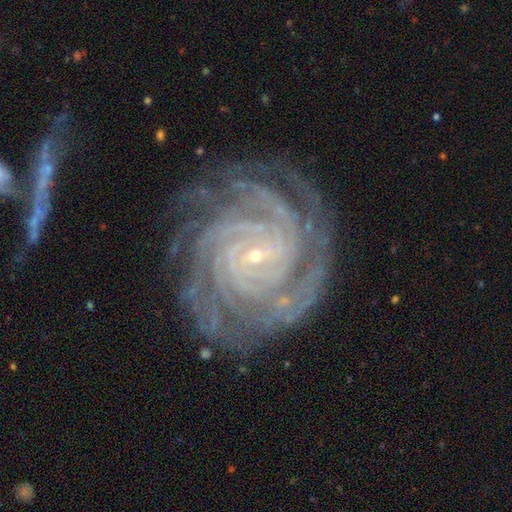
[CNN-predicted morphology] smooth-or-featured: featured or disk: 91% | star or artifact: 6% | smooth: 3%
  disk-edge-on: no: 98% | yes: 2%
    bar: no: 48% | weak: 33% | strong: 20%
    has-spiral-arms: yes: 99% | no: 1%
      spiral-winding: tight: 86% | medium: 12% | loose: 2%
      spiral-arm-count: 4: 30% | more than 4: 24% | can't tell: 14% | 3: 14% | 2: 11% | 1: 8%
    bulge-size: small: 90% | moderate: 7% | none: 2% | large: 1% | dominant: 1%
  merging: none: 80% | minor disturbance: 14% | major disturbance: 5% | merger: 2%